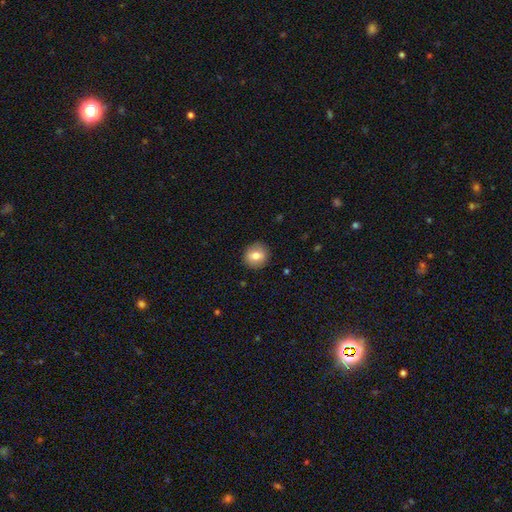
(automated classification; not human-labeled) The model was most divided on "smooth or featured": smooth: 78%, featured or disk: 13%, star or artifact: 9%. More confident: merging — none (90%); how rounded — round (87%).